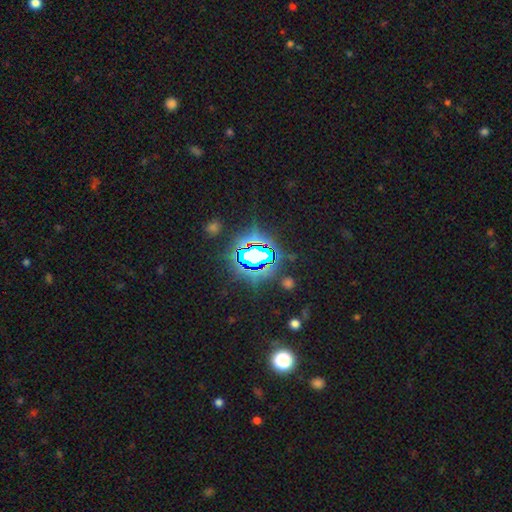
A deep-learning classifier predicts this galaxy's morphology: This is likely a star or artifact rather than a galaxy (76%).